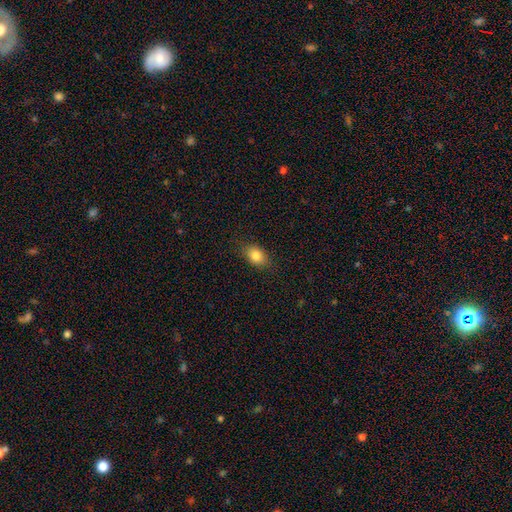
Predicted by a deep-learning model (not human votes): This appears to be a smooth galaxy with no disk features (84%) that is in between round and cigar-shaped (73%). Merging: none (85%).